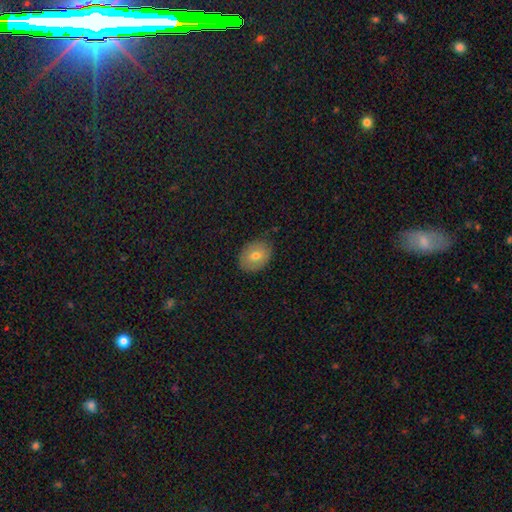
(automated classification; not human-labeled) A smooth galaxy with no disk features (71%) that is in between round and cigar-shaped (66%). Merging: none (83%).